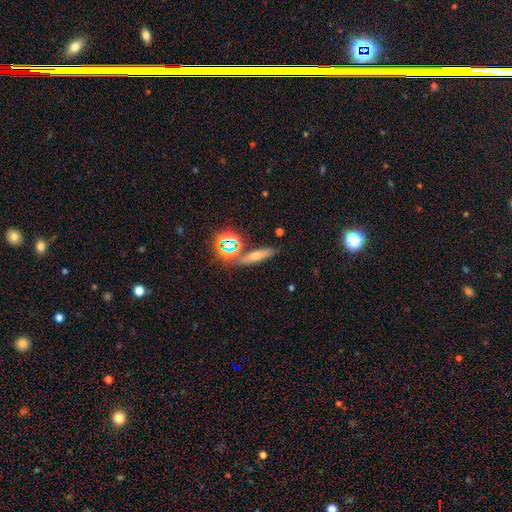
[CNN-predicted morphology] Smooth or featured?
  - smooth: 38% *
  - featured or disk: 32%
  - star or artifact: 30%
Merging?
  - none: 78% *
  - minor disturbance: 10%
  - merger: 9%
  - major disturbance: 4%